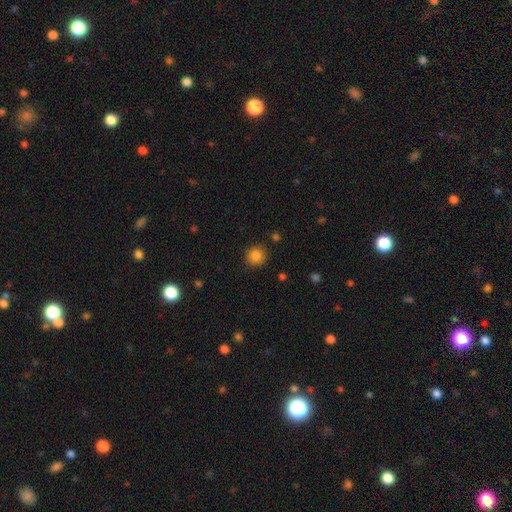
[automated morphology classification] Smooth or featured? Predicted: smooth (p=0.83). How rounded? Predicted: round (p=0.90). Merging? Predicted: none (p=0.88).